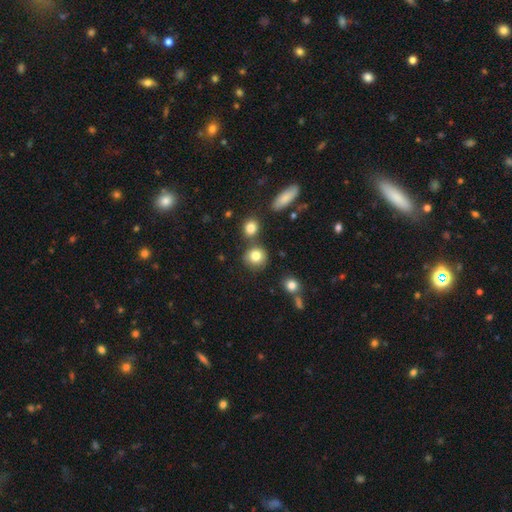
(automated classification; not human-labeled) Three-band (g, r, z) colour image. It shows a smooth galaxy with no disk features (81%) that is round (86%). Merging: none (74%).